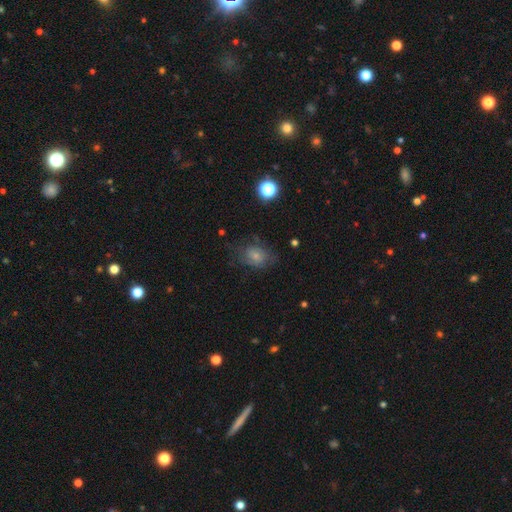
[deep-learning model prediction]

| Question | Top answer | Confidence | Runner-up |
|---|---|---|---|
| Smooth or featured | smooth | 67% | featured or disk (21%) |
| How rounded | in between | 67% | round (32%) |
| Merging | none | 55% | minor disturbance (25%) |